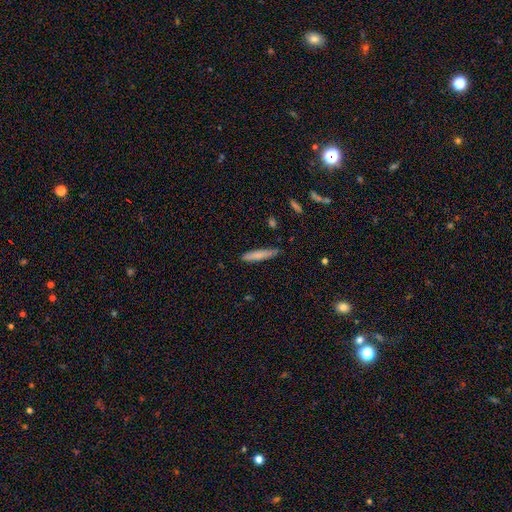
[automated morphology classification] smooth_or_featured: smooth (p=0.73) [alt: featured or disk p=0.19]
how_rounded: cigar-shaped (p=0.91) [alt: in between p=0.07]
merging: none (p=0.84) [alt: minor disturbance p=0.13]